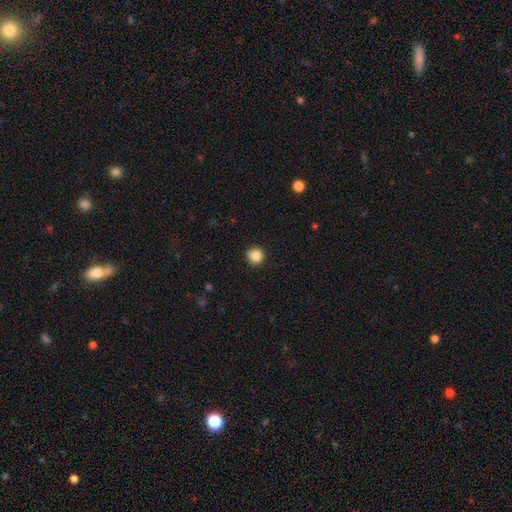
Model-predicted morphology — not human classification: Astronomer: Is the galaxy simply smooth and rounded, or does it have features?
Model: smooth — 86%.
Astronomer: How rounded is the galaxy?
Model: round — 94%.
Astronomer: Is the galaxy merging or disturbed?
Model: none — 91%.